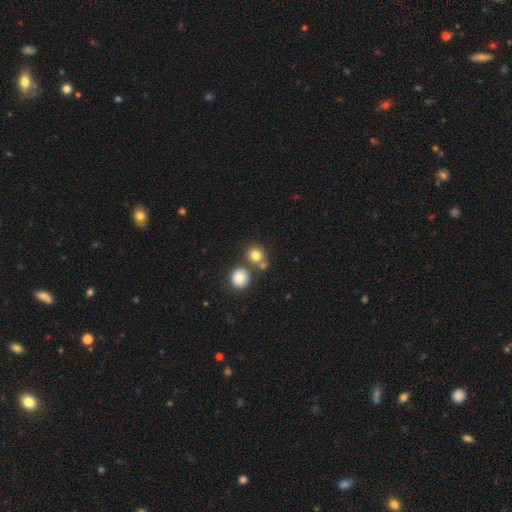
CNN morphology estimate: A smooth galaxy with no disk features (80%) that is round (85%).

Vote fractions:
- Smooth or featured? smooth: 80% / star or artifact: 12% / featured or disk: 9%
- How rounded? round: 85% / in between: 14% / cigar-shaped: 1%
- Merging? none: 60% / merger: 29% / minor disturbance: 8% / major disturbance: 3%